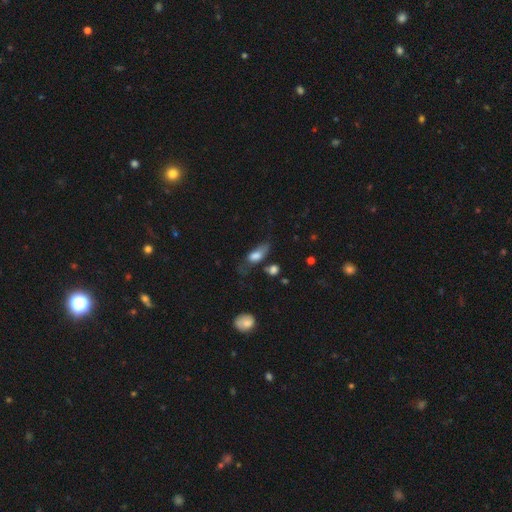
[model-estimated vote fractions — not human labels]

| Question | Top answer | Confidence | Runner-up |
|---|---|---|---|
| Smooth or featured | smooth | 73% | featured or disk (18%) |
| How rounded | in between | 79% | cigar-shaped (14%) |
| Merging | none | 33% | major disturbance (30%) |